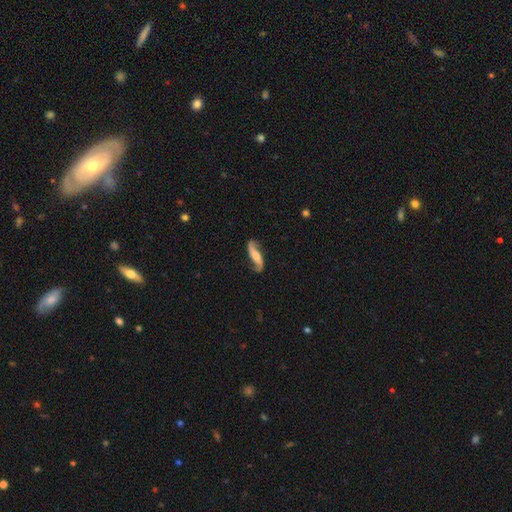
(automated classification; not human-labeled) Q: Smooth or featured?
A: featured or disk (79%); runner-up: smooth (15%)
Q: Edge-on disk?
A: no (86%); runner-up: yes (14%)
Q: Bar?
A: no (44%); runner-up: weak (33%)
Q: Spiral arms?
A: yes (95%); runner-up: no (5%)
Q: Spiral winding?
A: loose (76%); runner-up: medium (18%)
Q: Spiral arm count?
A: 2 (93%); runner-up: 1 (2%)
Q: Bulge size?
A: moderate (34%); runner-up: large (23%)
Q: Merging?
A: none (79%); runner-up: minor disturbance (14%)